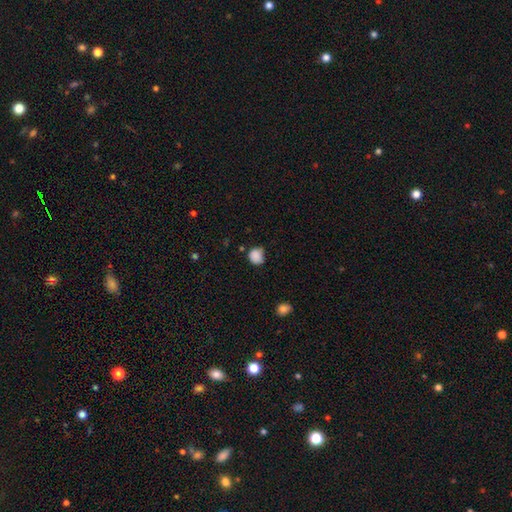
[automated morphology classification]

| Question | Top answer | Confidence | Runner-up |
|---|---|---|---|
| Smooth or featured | smooth | 87% | star or artifact (9%) |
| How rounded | round | 79% | in between (20%) |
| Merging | none | 67% | minor disturbance (27%) |